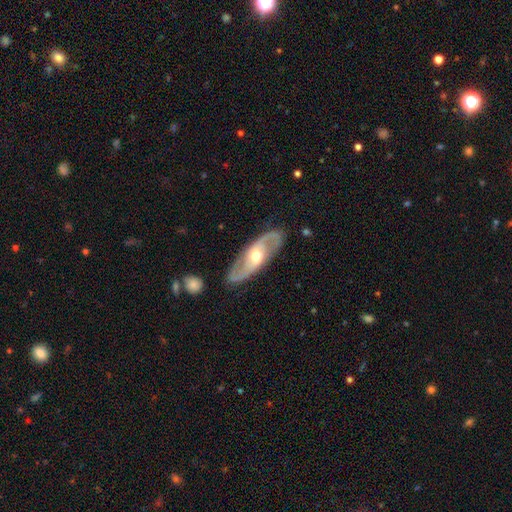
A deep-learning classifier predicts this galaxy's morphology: A featured or disk galaxy (83%) with no bar (56%), 2 (89%) medium (48%) spiral arms (89%) and a moderate central bulge (71%). Merging: none (85%).